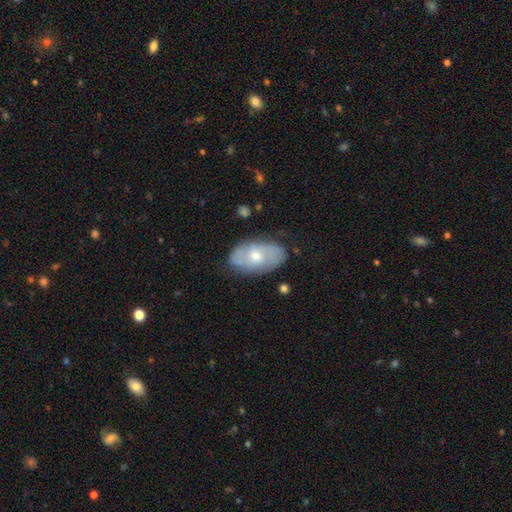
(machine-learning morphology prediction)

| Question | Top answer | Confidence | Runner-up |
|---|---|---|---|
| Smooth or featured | featured or disk | 51% | smooth (42%) |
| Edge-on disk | no | 92% | yes (8%) |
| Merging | none | 78% | minor disturbance (16%) |